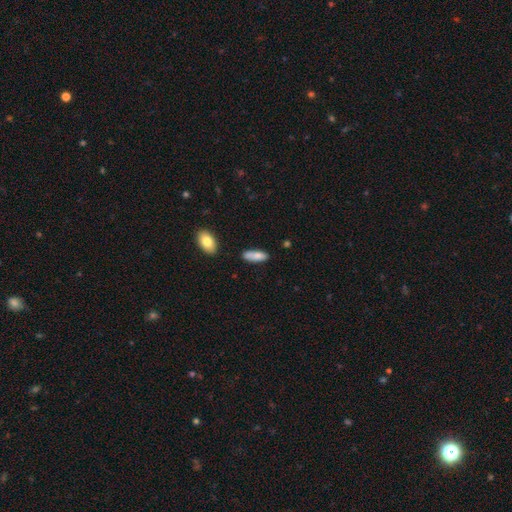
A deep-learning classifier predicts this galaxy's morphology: This is clearly a smooth galaxy (82%). How rounded: likely in between (66%). Merging: likely none (71%).